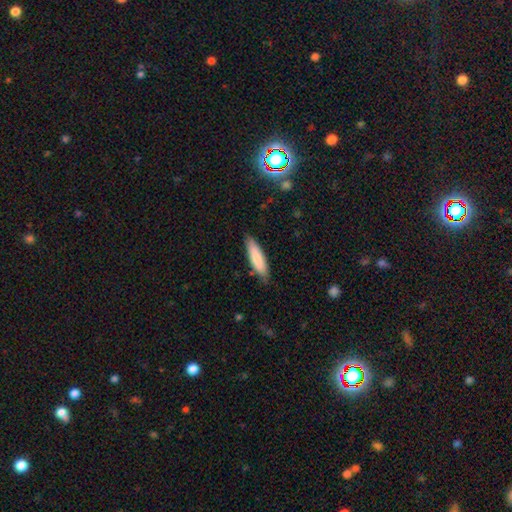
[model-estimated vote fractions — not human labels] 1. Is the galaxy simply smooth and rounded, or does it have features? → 75% smooth, 15% featured or disk, 10% star or artifact.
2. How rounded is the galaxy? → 75% cigar-shaped, 23% in between, 2% round.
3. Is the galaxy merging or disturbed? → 86% none, 11% minor disturbance, 2% major disturbance, 1% merger.